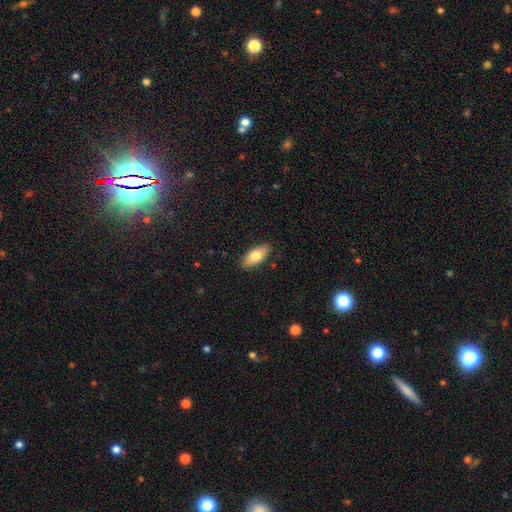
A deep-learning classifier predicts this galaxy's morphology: This appears to be a smooth galaxy with no disk features (76%) that is in between round and cigar-shaped (86%). Merging: none (88%).